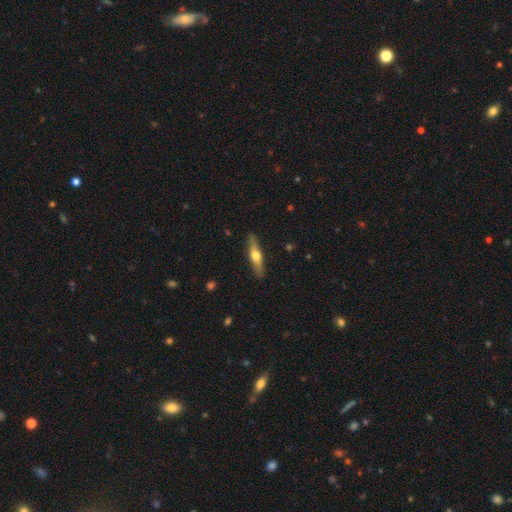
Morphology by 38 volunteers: Volunteers were most divided on "smooth or featured": featured or disk: 50%, smooth: 42%, star or artifact: 8%. More confident: edge-on disk — yes (95%); edge-on bulge — rounded (94%); merging — none (91%).